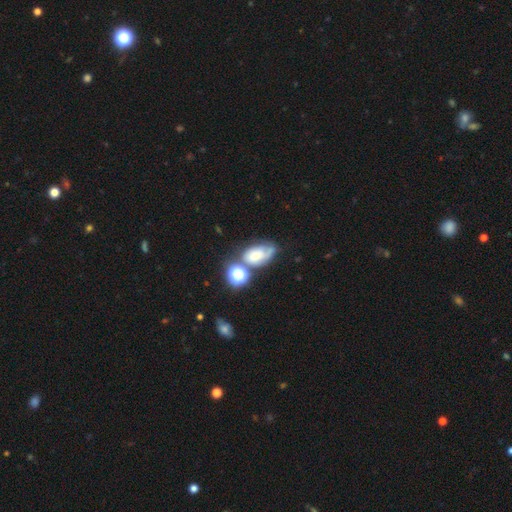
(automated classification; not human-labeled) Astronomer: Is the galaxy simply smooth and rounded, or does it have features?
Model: smooth — 50% (runner-up: featured or disk, 33%).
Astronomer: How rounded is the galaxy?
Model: in between — 78%.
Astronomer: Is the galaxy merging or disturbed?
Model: none — 33% (runner-up: merger, 26%).